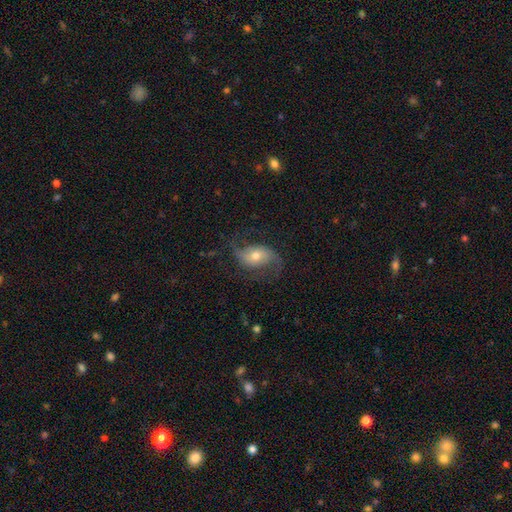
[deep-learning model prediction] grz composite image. It shows a featured or disk galaxy (78%) with no bar (51%), 2 (90%) loose (58%) spiral arms (94%) and a moderate central bulge (56%). Merging: none (68%).